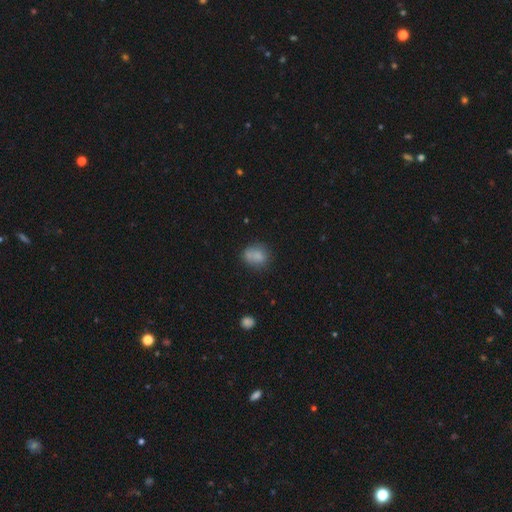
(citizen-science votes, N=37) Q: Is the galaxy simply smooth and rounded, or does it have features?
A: smooth — 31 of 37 (84%).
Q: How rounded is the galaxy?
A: in between — 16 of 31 (52%).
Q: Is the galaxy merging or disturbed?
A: none — 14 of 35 (40%).